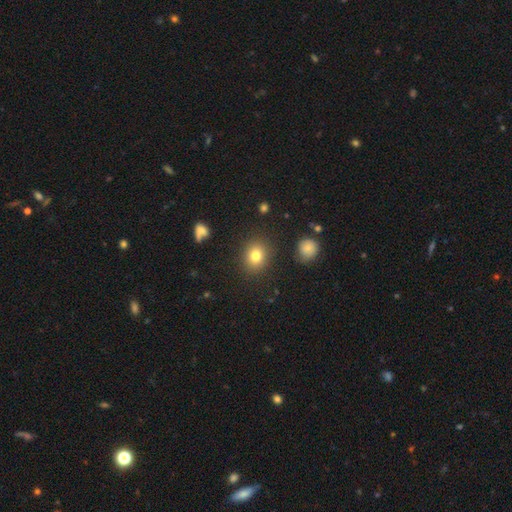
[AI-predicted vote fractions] smooth-or-featured: smooth: 79% | star or artifact: 12% | featured or disk: 8%
  how-rounded: round: 64% | in between: 35% | cigar-shaped: 1%
  merging: none: 87% | minor disturbance: 8% | major disturbance: 3% | merger: 2%